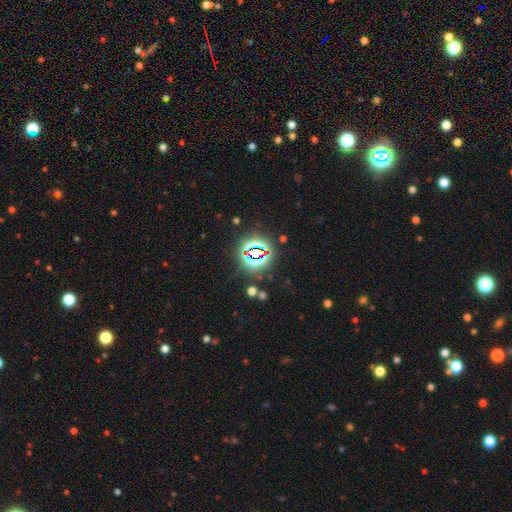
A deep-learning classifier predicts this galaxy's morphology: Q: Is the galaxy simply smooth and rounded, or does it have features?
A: star or artifact — 76%.